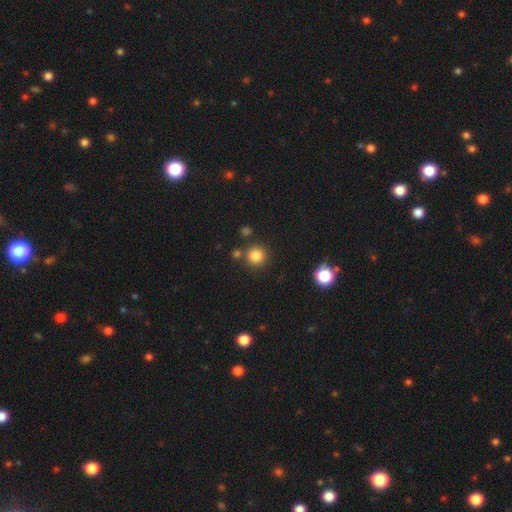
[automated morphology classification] smooth-or-featured: smooth: 83% | star or artifact: 13% | featured or disk: 5%
  how-rounded: round: 94% | in between: 5% | cigar-shaped: 1%
  merging: none: 82% | merger: 8% | minor disturbance: 7% | major disturbance: 3%